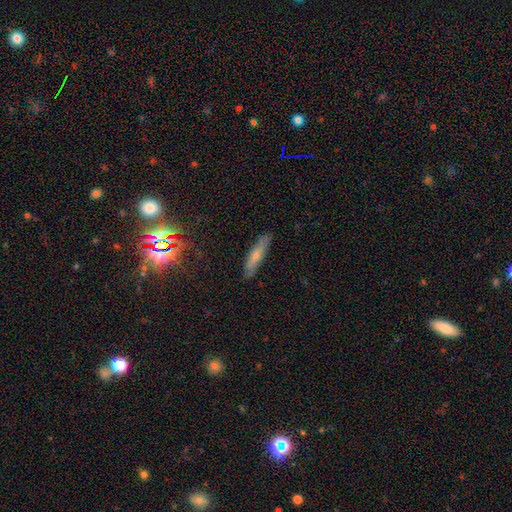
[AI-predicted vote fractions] Smooth or featured? smooth (60%)
How rounded? cigar-shaped (80%)
Merging? none (83%)